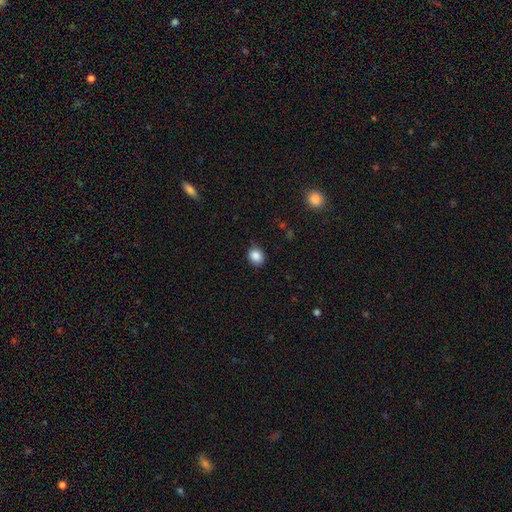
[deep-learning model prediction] A smooth galaxy with no disk features (87%) that is round (66%). Merging: none (81%).